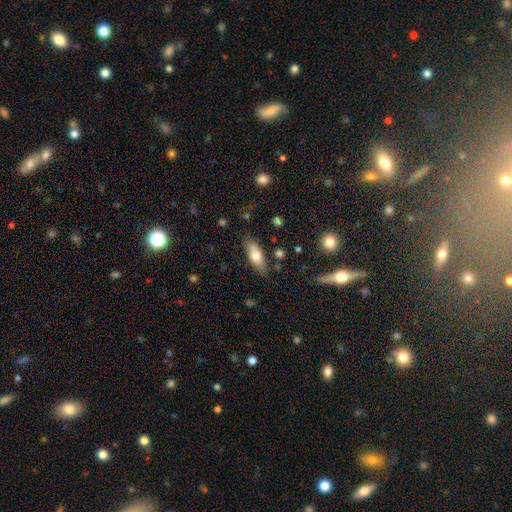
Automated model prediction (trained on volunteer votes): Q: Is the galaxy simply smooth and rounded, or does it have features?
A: smooth — 69%.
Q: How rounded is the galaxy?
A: in between — 69%.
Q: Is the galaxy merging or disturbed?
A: none — 78%.